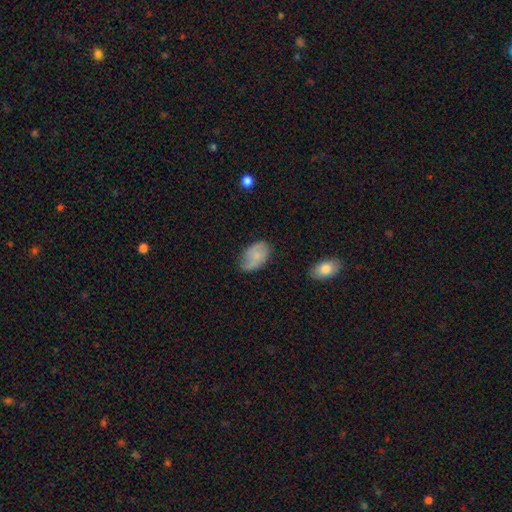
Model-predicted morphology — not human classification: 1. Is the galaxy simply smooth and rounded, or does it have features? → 67% smooth, 26% featured or disk, 8% star or artifact.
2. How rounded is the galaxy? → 91% in between, 7% round, 1% cigar-shaped.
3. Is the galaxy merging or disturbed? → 63% none, 27% minor disturbance, 7% major disturbance, 2% merger.